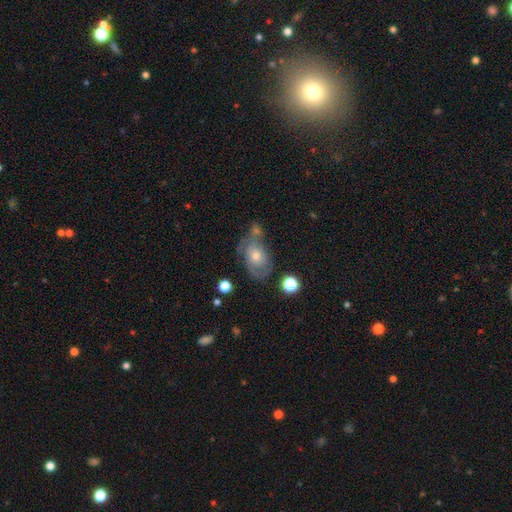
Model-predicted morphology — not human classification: Smooth or featured? featured or disk (59%)
Edge-on disk? no (94%)
Bar? no (83%)
Spiral arms? yes (69%)
Bulge size? moderate (55%)
Merging? none (46%)